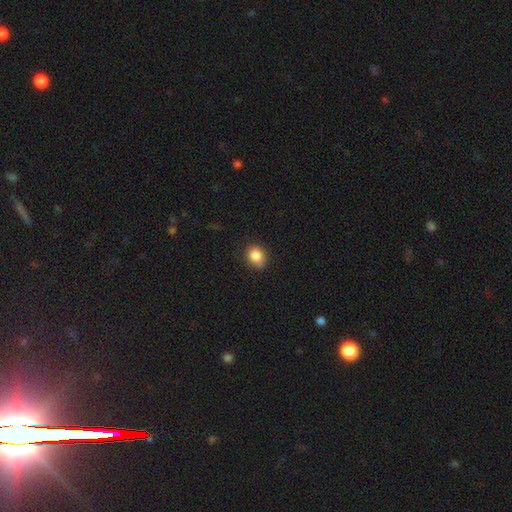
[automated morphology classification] The model was most divided on "how rounded": round: 62%, in between: 37%, cigar-shaped: 1%. More confident: smooth or featured — smooth (85%); merging — none (73%).